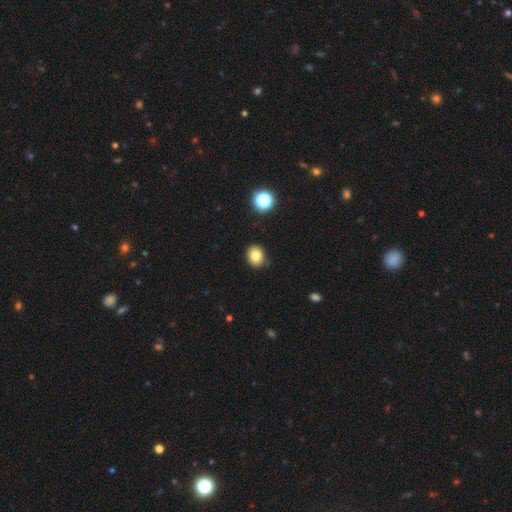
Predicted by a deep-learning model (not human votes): Smooth or featured: smooth — 81% (star or artifact — 12%)
How rounded: round — 68% (in between — 31%)
Merging: none — 88% (minor disturbance — 9%)